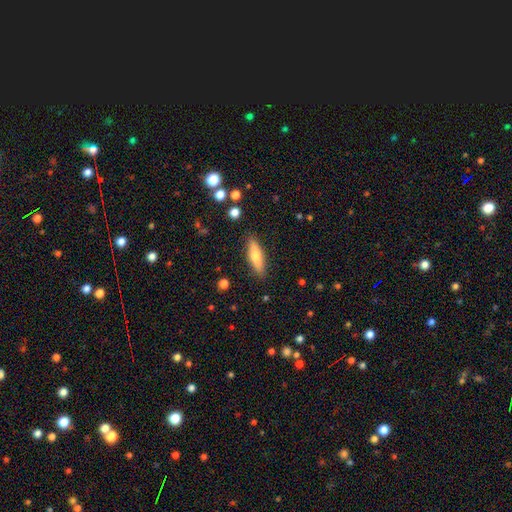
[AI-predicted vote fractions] This appears to be a smooth galaxy with no disk features (61%) that is cigar-shaped (63%). Merging: none (87%).